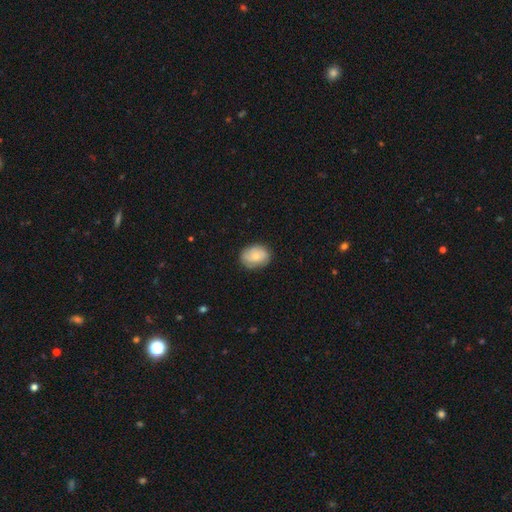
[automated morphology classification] A smooth galaxy with no disk features (64%) that is in between round and cigar-shaped (62%).

Vote fractions:
- Smooth or featured? smooth: 64% / featured or disk: 29% / star or artifact: 7%
- How rounded? in between: 62% / round: 37% / cigar-shaped: 1%
- Merging? none: 79% / minor disturbance: 16% / major disturbance: 4% / merger: 1%